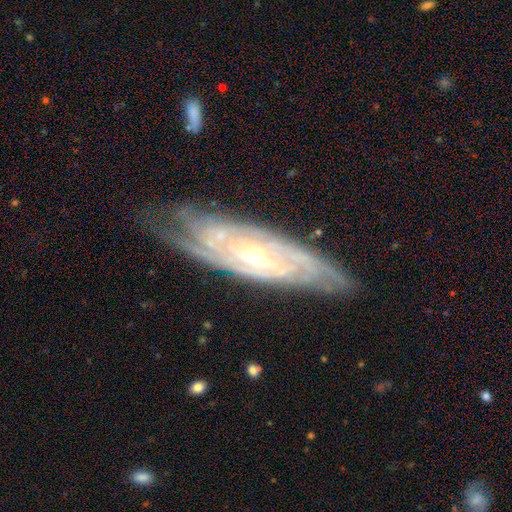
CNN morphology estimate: type=featured or disk (87%); edge-on=no (79%); bar=no (57%); spiral arms=yes (95%); winding=tight (75%); arm count=can't tell (43%); bulge=moderate (53%); merging=none (75%).